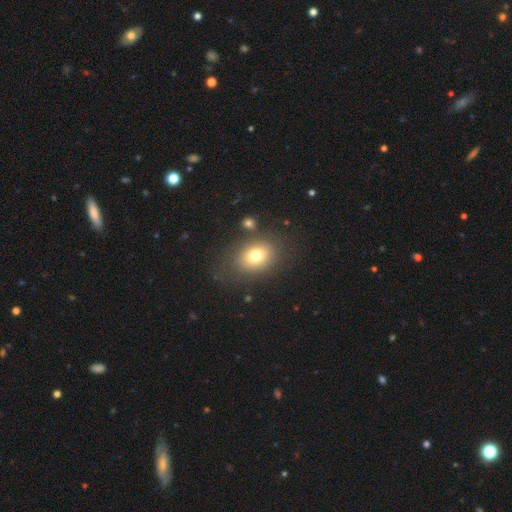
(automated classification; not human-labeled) A smooth galaxy with no disk features (73%) that is in between round and cigar-shaped (66%). Merging: none (73%).